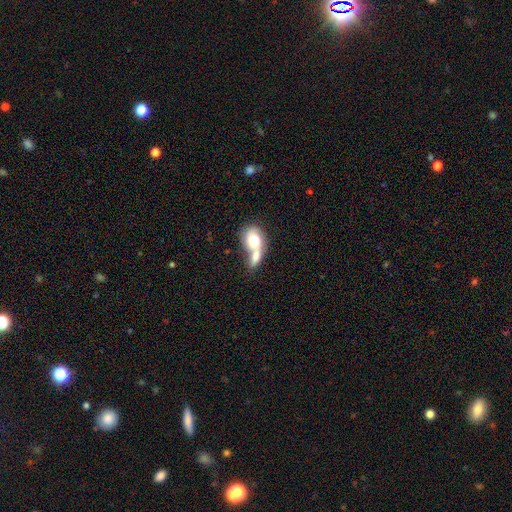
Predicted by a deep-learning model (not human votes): smooth-or-featured: smooth: 70% | featured or disk: 24% | star or artifact: 6%
  how-rounded: in between: 69% | round: 26% | cigar-shaped: 5%
  merging: merger: 73% | none: 14% | minor disturbance: 6% | major disturbance: 6%